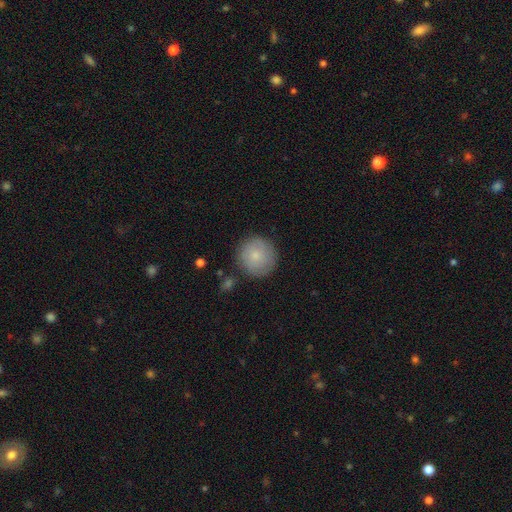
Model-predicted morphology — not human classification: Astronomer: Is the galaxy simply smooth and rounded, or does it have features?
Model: smooth — 79%.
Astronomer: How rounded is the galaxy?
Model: round — 94%.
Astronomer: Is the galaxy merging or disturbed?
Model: none — 84%.